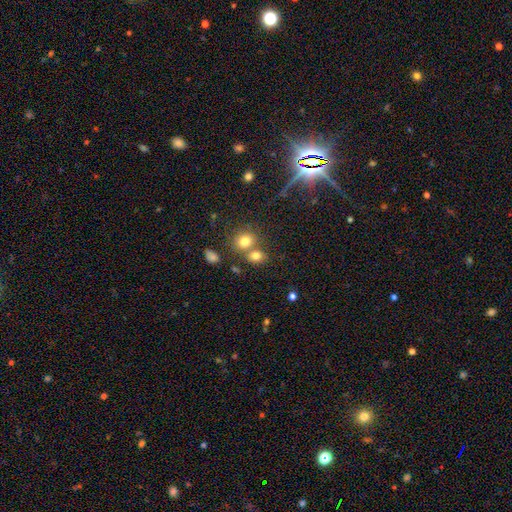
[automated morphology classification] Overall: smooth (76%). How rounded: round (57%; in between 42%). Merging: none (48%; merger 39%).